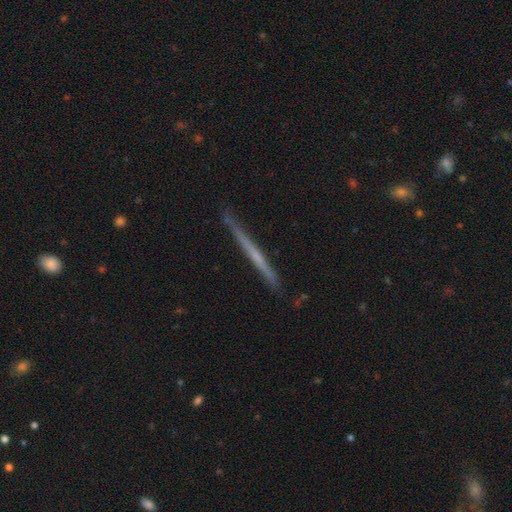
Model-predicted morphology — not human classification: A featured or disk galaxy (60%) viewed edge-on (98%) with no central bulge (81%).

Vote fractions:
- Smooth or featured? featured or disk: 60% / smooth: 34% / star or artifact: 6%
- Edge-on disk? yes: 98% / no: 2%
- Edge-on bulge? none: 81% / rounded: 14% / boxy: 5%
- Merging? none: 87% / minor disturbance: 10% / major disturbance: 2% / merger: 1%